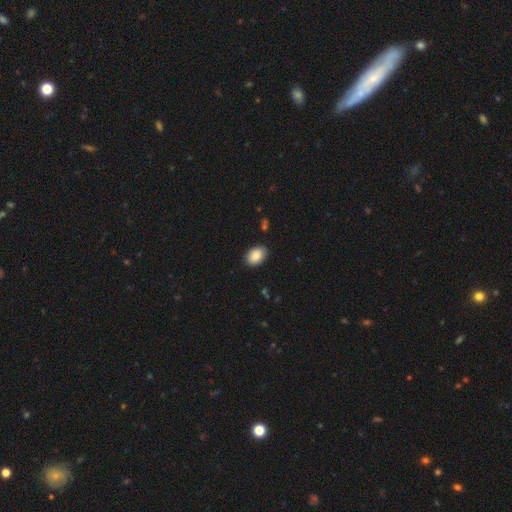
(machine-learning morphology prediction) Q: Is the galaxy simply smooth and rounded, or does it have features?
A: smooth — 88%.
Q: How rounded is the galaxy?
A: in between — 86%.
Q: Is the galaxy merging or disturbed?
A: none — 87%.